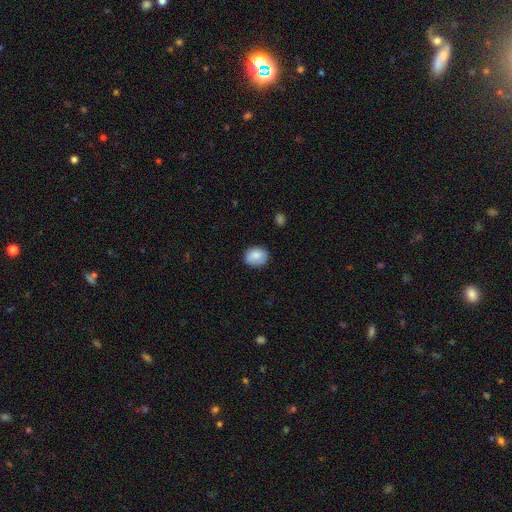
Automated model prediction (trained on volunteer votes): Smooth or featured: smooth — 82% (featured or disk — 11%)
How rounded: round — 55% (in between — 44%)
Merging: none — 77% (minor disturbance — 18%)